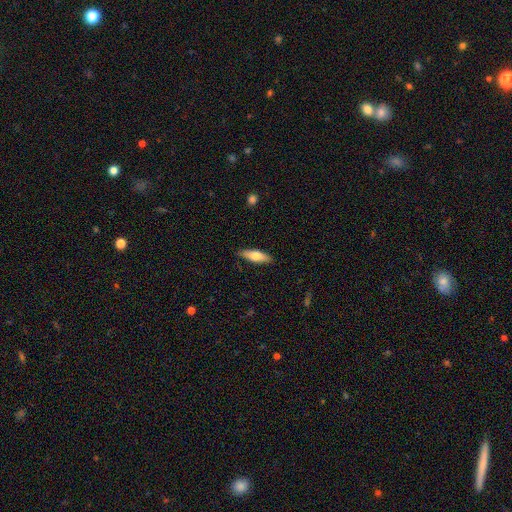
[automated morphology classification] type=smooth (67%); roundness=in between (56%); merging=none (86%).